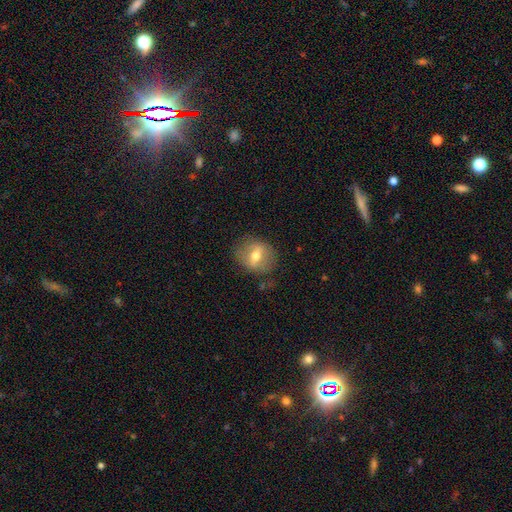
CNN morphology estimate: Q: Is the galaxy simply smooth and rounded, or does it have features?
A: featured or disk — 47%.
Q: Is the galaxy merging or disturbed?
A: none — 80%.